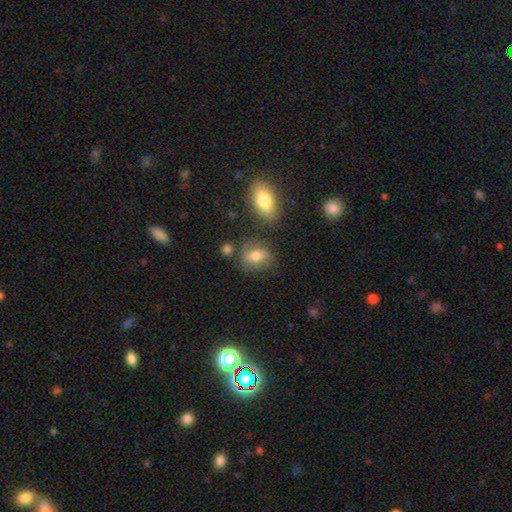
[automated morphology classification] type=smooth (70%); roundness=in between (71%); merging=none (66%).